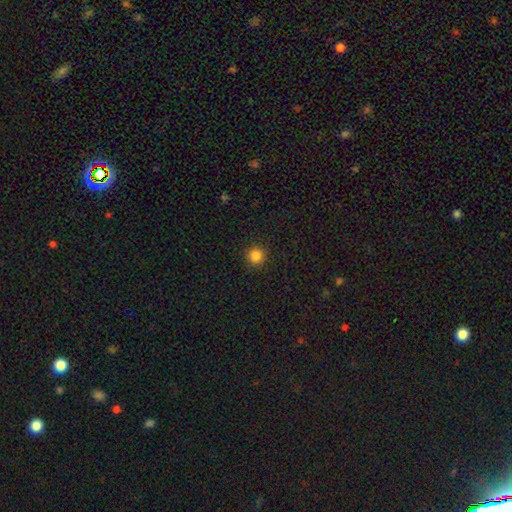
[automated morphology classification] A smooth galaxy with no disk features (84%) that is round (95%). Merging: none (92%).